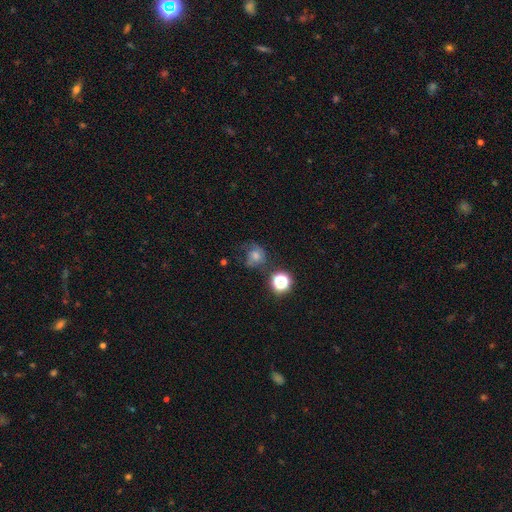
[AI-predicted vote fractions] smooth-or-featured: smooth: 50% | featured or disk: 30% | star or artifact: 19%
  how-rounded: round: 74% | in between: 25% | cigar-shaped: 1%
  merging: none: 45% | minor disturbance: 26% | major disturbance: 23% | merger: 6%